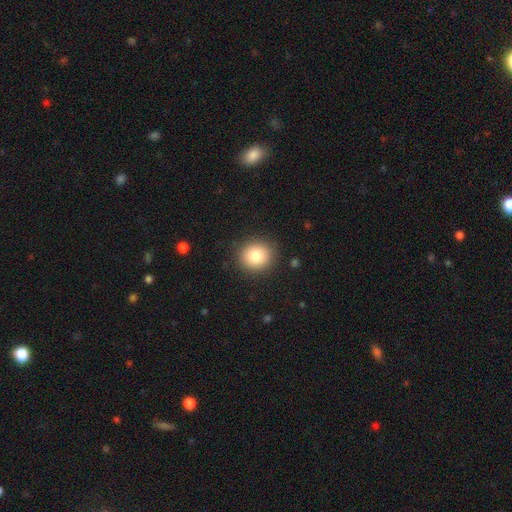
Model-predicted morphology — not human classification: A smooth galaxy with no disk features (81%) that is round (87%). Merging: none (90%).